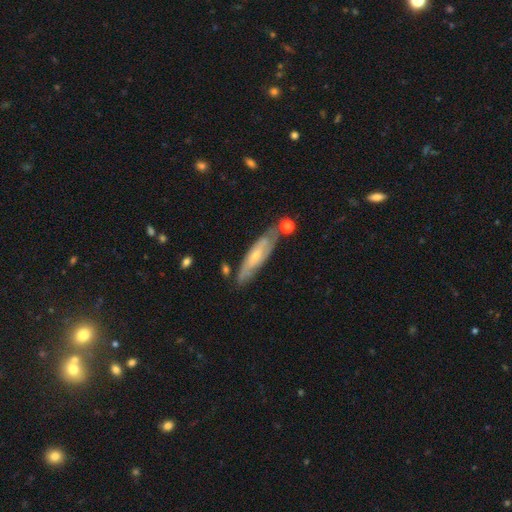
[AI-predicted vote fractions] Smooth or featured?
  - featured or disk: 66% *
  - smooth: 29%
  - star or artifact: 6%
Edge-on disk?
  - no: 64% *
  - yes: 36%
Merging?
  - none: 69% *
  - minor disturbance: 19%
  - merger: 7%
  - major disturbance: 5%